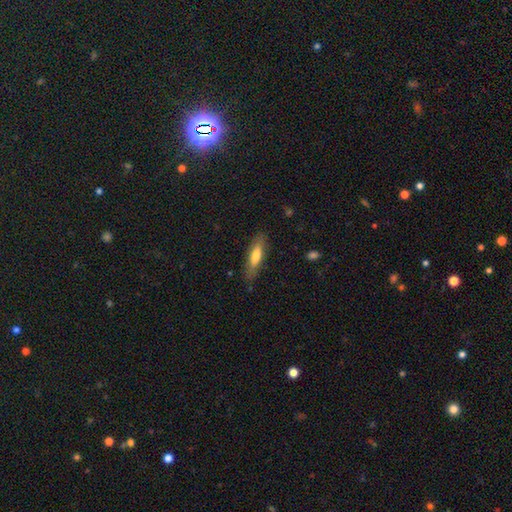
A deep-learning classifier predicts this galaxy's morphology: A smooth galaxy with no disk features (69%) that is cigar-shaped (64%).

Vote fractions:
- Smooth or featured? smooth: 69% / featured or disk: 25% / star or artifact: 6%
- How rounded? cigar-shaped: 64% / in between: 34% / round: 2%
- Merging? none: 83% / minor disturbance: 13% / major disturbance: 3% / merger: 1%